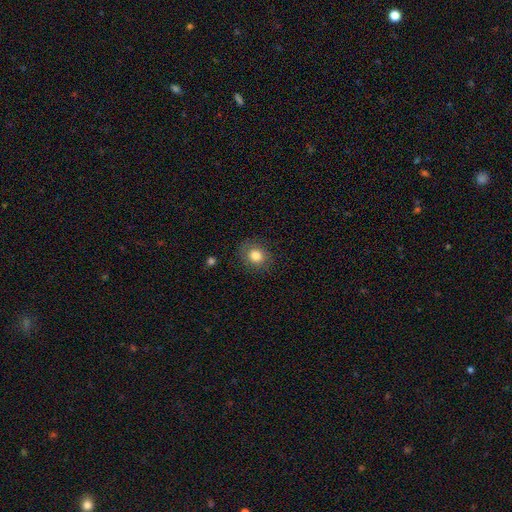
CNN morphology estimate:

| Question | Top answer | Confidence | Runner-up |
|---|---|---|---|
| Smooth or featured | smooth | 82% | star or artifact (10%) |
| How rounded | round | 75% | in between (24%) |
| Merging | none | 85% | minor disturbance (10%) |